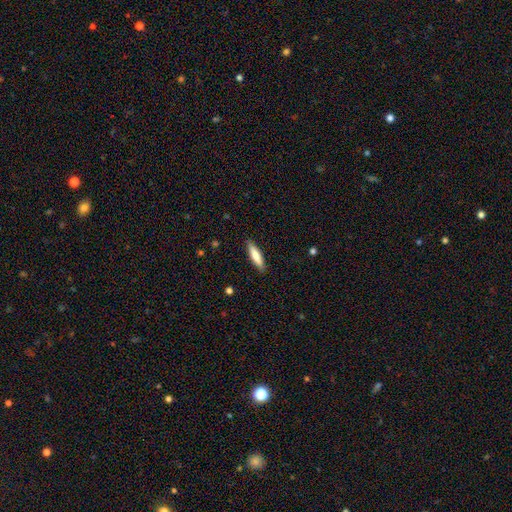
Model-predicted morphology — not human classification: Smooth or featured? Predicted: smooth (p=0.74). How rounded? Predicted: cigar-shaped (p=0.74). Merging? Predicted: none (p=0.89).